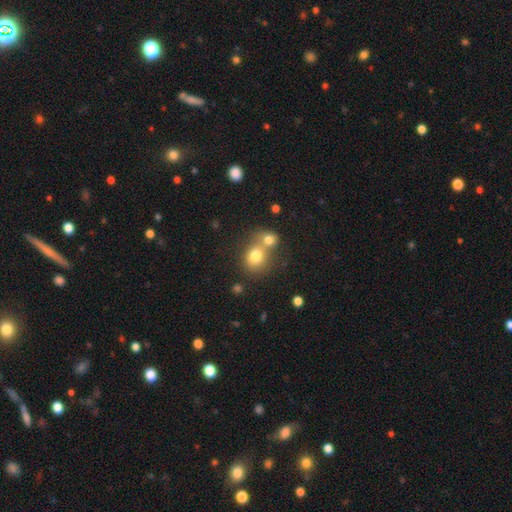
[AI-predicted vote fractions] Smooth or featured? Predicted: smooth (p=0.76). How rounded? Predicted: round (p=0.66). Merging? Predicted: merger (p=0.53).